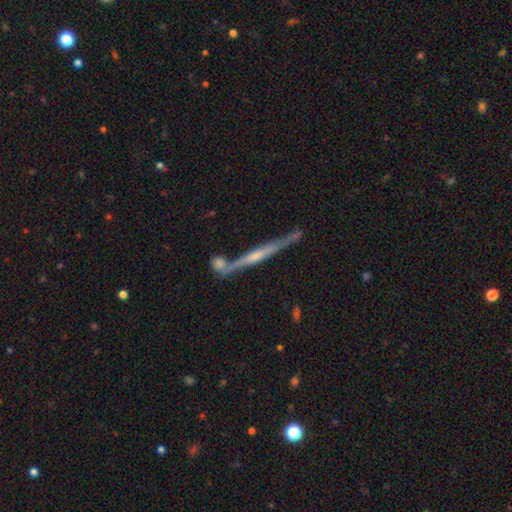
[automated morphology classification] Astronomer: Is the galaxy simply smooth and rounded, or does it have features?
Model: featured or disk — 74%.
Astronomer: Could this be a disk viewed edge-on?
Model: yes — 96%.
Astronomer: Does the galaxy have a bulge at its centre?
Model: rounded — 52% (runner-up: none, 35%).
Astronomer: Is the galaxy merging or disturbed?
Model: none — 71%.